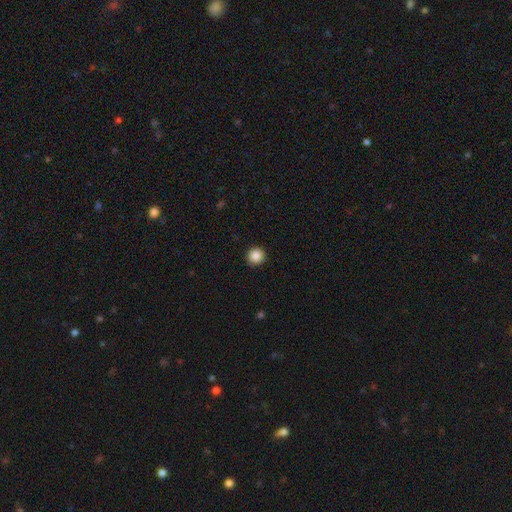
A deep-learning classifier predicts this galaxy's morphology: type=smooth (87%); roundness=round (95%); merging=none (92%).